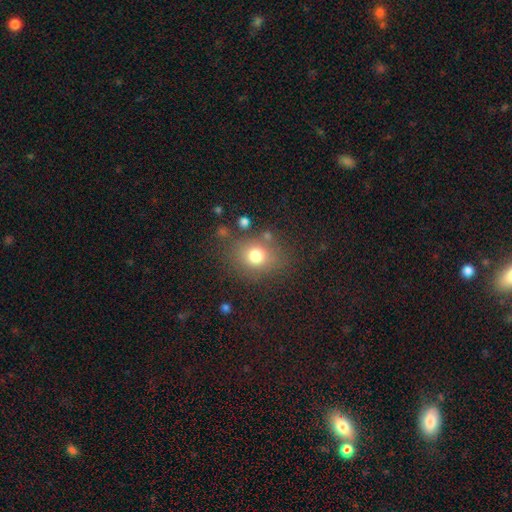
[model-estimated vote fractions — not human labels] Smooth or featured? smooth (76%)
How rounded? round (65%)
Merging? none (74%)